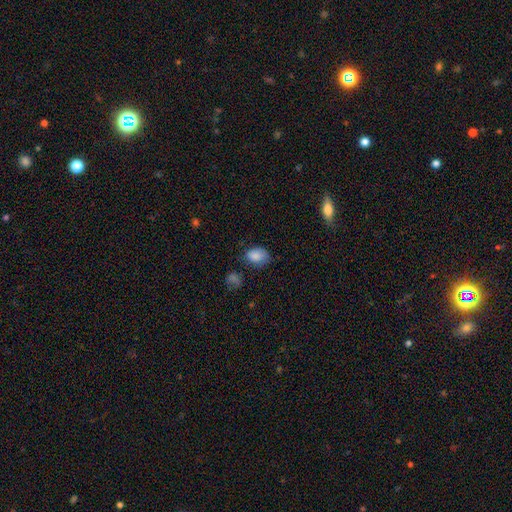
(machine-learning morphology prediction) A smooth galaxy with no disk features (84%) that is in between round and cigar-shaped (80%). Merging: none (55%).